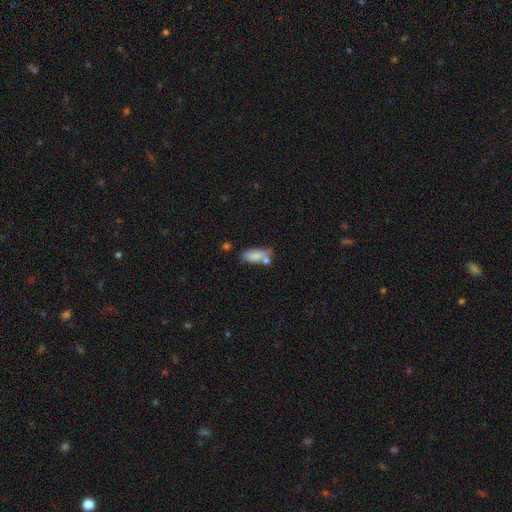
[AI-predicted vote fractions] Q: Smooth or featured?
A: smooth (81%); runner-up: featured or disk (11%)
Q: How rounded?
A: in between (82%); runner-up: cigar-shaped (15%)
Q: Merging?
A: none (50%); runner-up: merger (23%)